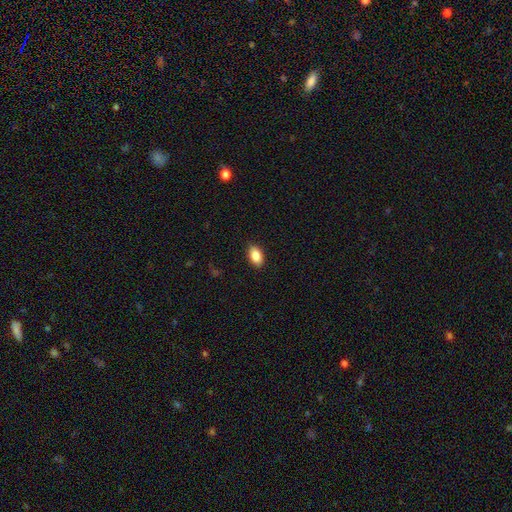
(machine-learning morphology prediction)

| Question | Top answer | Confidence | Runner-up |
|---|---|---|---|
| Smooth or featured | smooth | 87% | star or artifact (7%) |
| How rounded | in between | 92% | round (6%) |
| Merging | none | 88% | minor disturbance (9%) |